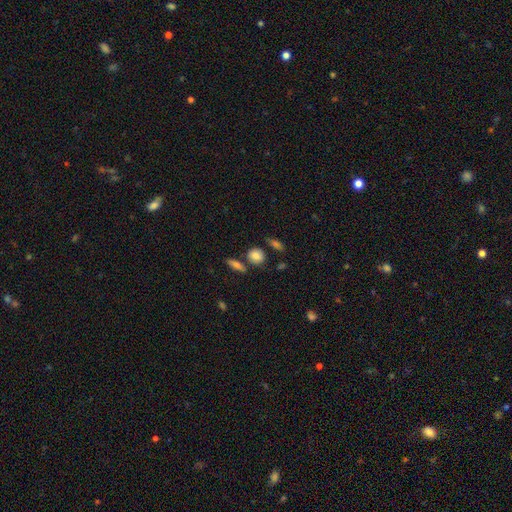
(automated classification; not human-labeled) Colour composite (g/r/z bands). It shows a smooth galaxy with no disk features (80%) that is round (68%). Merging: none (73%).